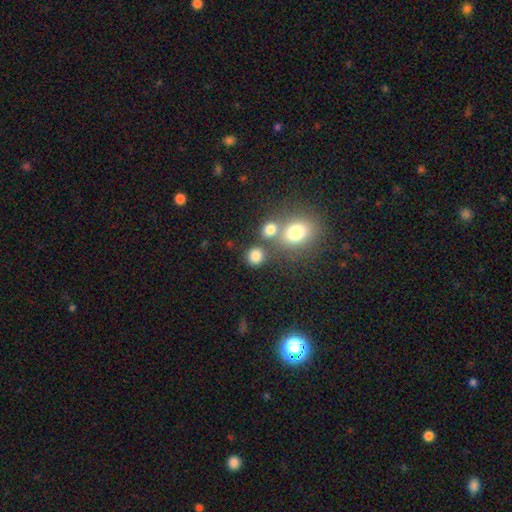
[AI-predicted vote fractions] smooth-or-featured: smooth: 80% | star or artifact: 13% | featured or disk: 7%
  how-rounded: round: 84% | in between: 15% | cigar-shaped: 1%
  merging: none: 68% | merger: 18% | minor disturbance: 9% | major disturbance: 5%